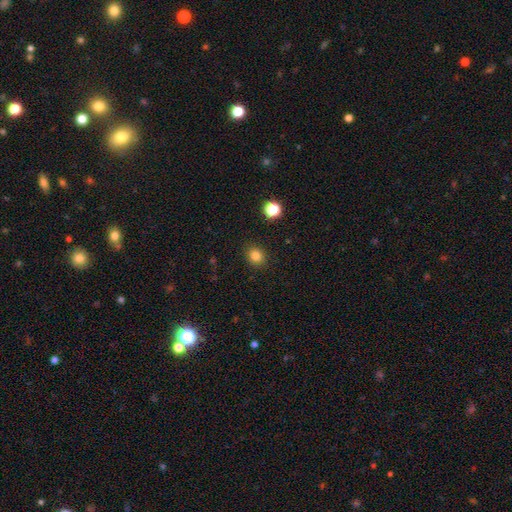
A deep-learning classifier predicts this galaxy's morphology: This appears to be a smooth galaxy with no disk features (82%) that is round (75%). Merging: none (90%).